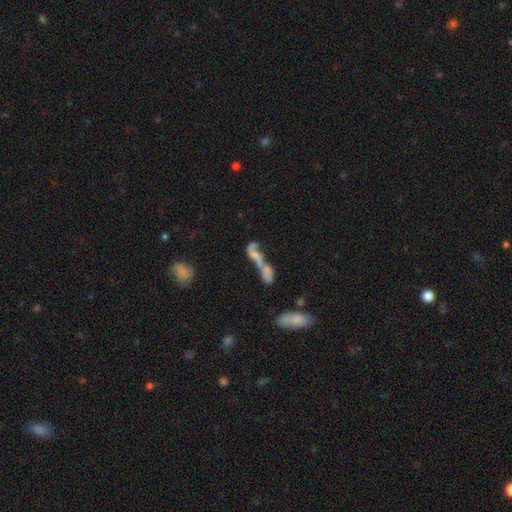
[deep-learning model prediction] Smooth or featured? Predicted: featured or disk (p=0.52). Edge-on disk? Predicted: no (p=0.89). Merging? Predicted: merger (p=0.74).